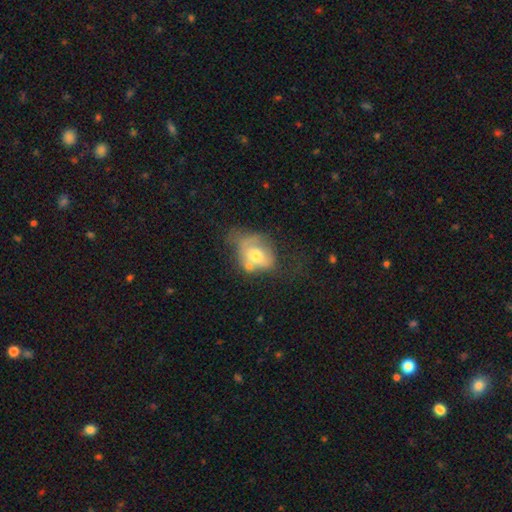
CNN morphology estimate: This appears to be a smooth galaxy with no disk features (56%) that is in between round and cigar-shaped (61%). Merging: major disturbance (28%).